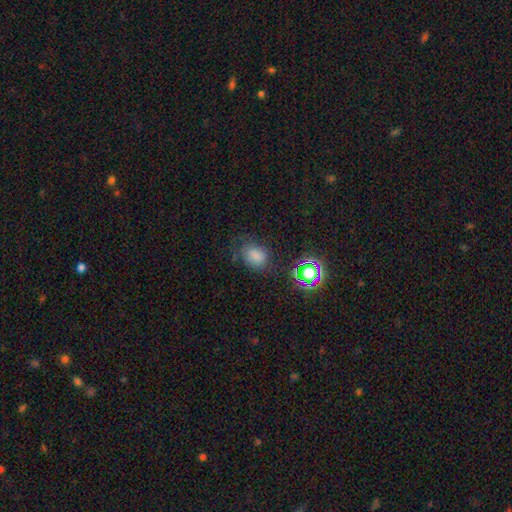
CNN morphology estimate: smooth-or-featured: smooth: 68% | star or artifact: 19% | featured or disk: 13%
  how-rounded: in between: 61% | round: 38% | cigar-shaped: 1%
  merging: none: 60% | minor disturbance: 24% | major disturbance: 13% | merger: 3%